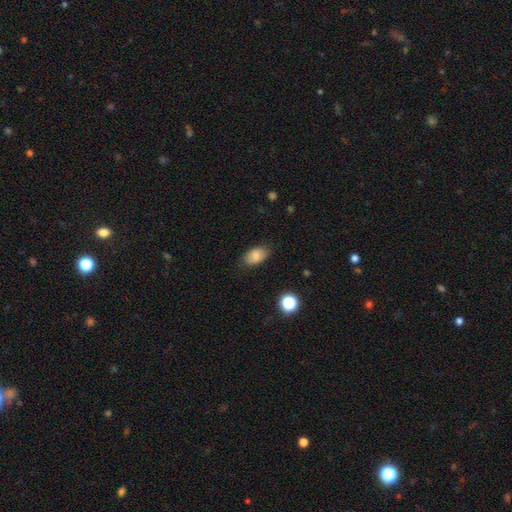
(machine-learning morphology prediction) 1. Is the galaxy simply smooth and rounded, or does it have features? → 83% smooth, 9% star or artifact, 8% featured or disk.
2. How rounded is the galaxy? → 90% in between, 8% round, 1% cigar-shaped.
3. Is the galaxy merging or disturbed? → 84% none, 12% minor disturbance, 3% major disturbance, 1% merger.